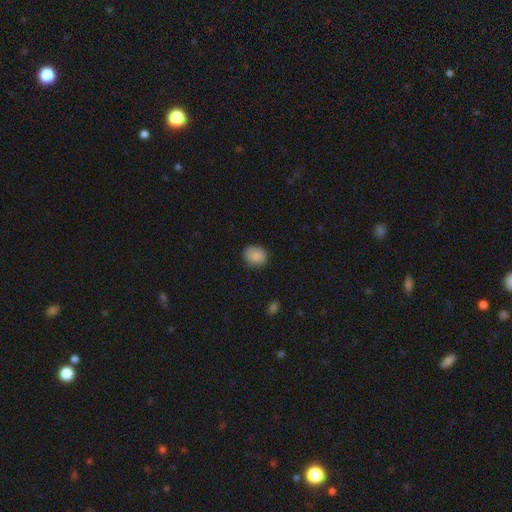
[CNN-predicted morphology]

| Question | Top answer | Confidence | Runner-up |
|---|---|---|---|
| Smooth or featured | smooth | 86% | star or artifact (8%) |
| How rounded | round | 68% | in between (31%) |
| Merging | none | 81% | minor disturbance (15%) |